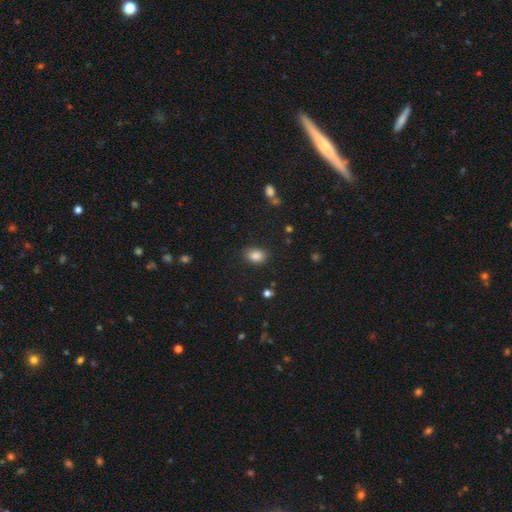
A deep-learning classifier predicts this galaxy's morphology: Smooth or featured? smooth (86%)
How rounded? in between (76%)
Merging? none (84%)